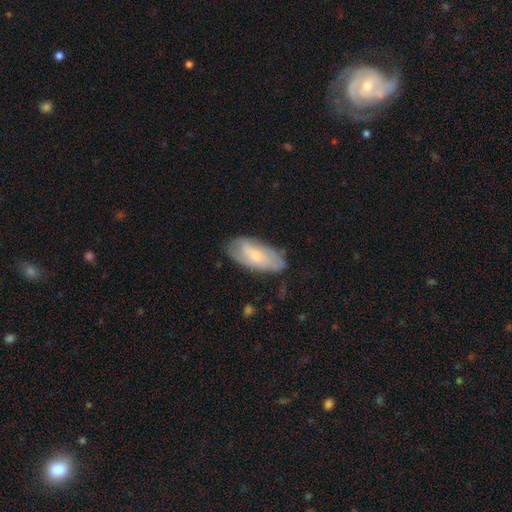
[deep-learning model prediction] This appears to be a smooth galaxy with no disk features (48%). Merging: none (66%).